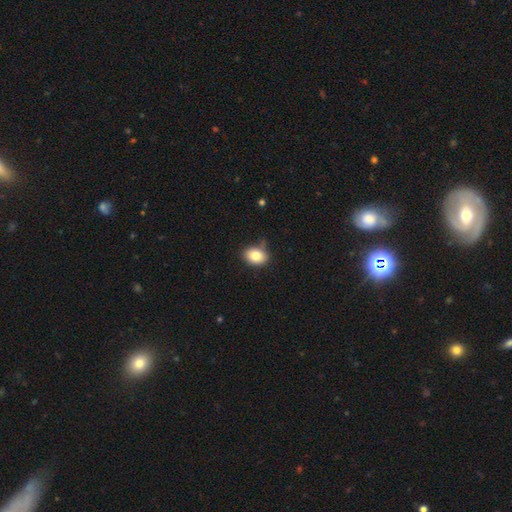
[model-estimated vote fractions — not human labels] Smooth or featured? Predicted: smooth (p=0.81). How rounded? Predicted: in between (p=0.69). Merging? Predicted: none (p=0.72).